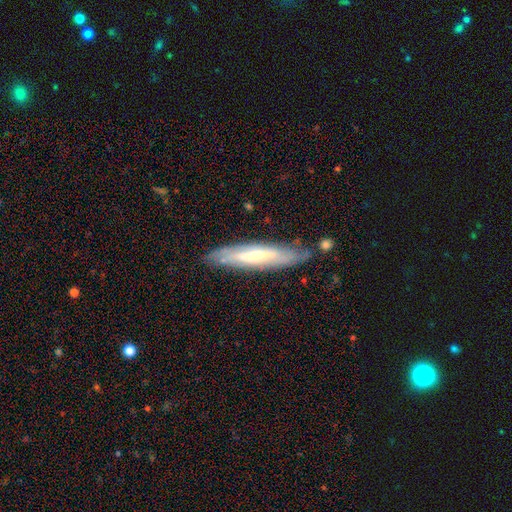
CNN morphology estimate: smooth-or-featured: featured or disk: 58% | smooth: 36% | star or artifact: 6%
  disk-edge-on: yes: 62% | no: 38%
  merging: none: 77% | minor disturbance: 17% | major disturbance: 4% | merger: 3%